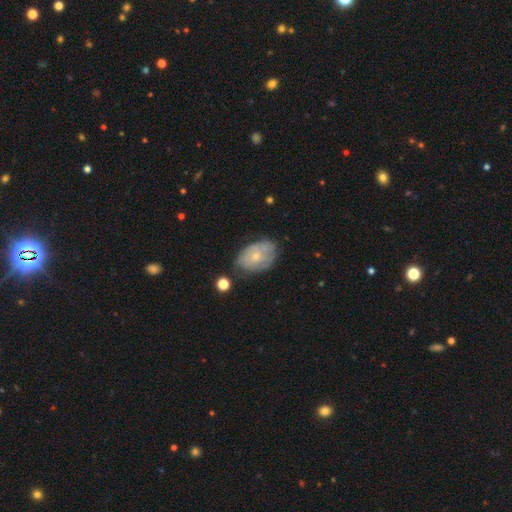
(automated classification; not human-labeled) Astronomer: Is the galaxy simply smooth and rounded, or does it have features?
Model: featured or disk — 53% (runner-up: smooth, 39%).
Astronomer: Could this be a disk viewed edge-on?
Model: no — 95%.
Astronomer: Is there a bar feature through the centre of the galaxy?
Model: no — 82%.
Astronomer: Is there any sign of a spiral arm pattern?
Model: yes — 58% (runner-up: no, 42%).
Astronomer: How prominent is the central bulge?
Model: small — 63%.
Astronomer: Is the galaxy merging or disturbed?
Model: none — 60%.